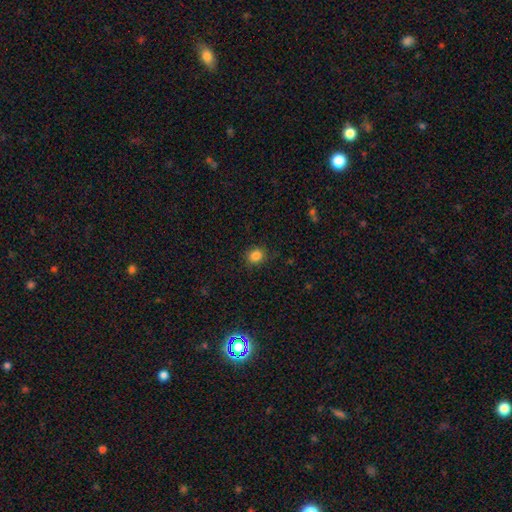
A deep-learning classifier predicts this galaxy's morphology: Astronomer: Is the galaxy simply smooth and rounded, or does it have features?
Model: smooth — 85%.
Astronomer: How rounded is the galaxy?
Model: round — 76%.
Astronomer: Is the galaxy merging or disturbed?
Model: none — 87%.